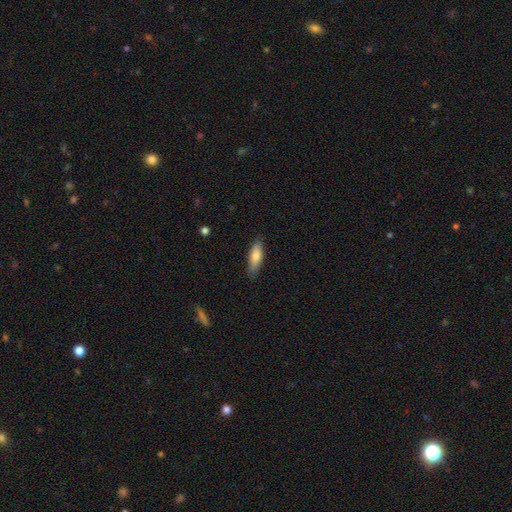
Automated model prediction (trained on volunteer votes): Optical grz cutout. It shows a smooth galaxy with no disk features (76%) that is in between round and cigar-shaped (53%). Merging: none (84%).